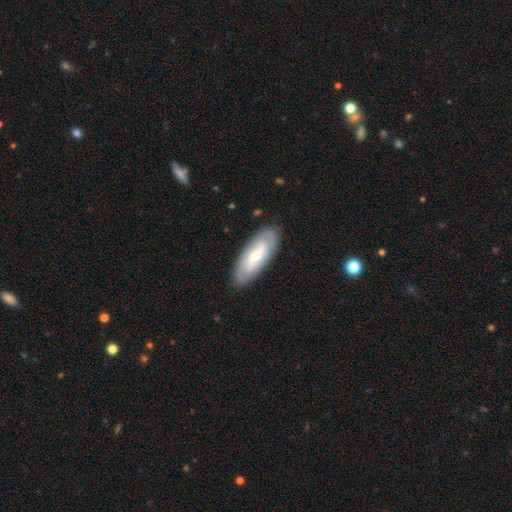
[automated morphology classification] A featured or disk galaxy (59%). Merging: none (86%).